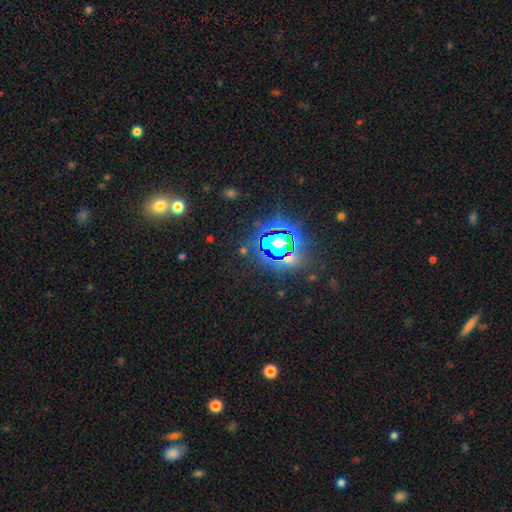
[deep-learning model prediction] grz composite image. It shows a star or artifact, not a galaxy (80%).